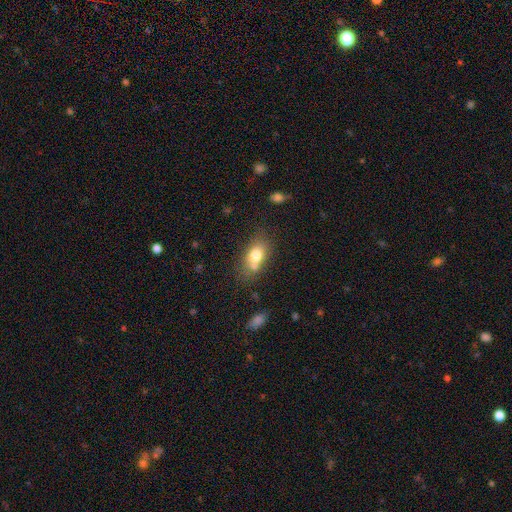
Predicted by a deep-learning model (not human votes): Smooth or featured? smooth (74%)
How rounded? in between (81%)
Merging? none (51%)